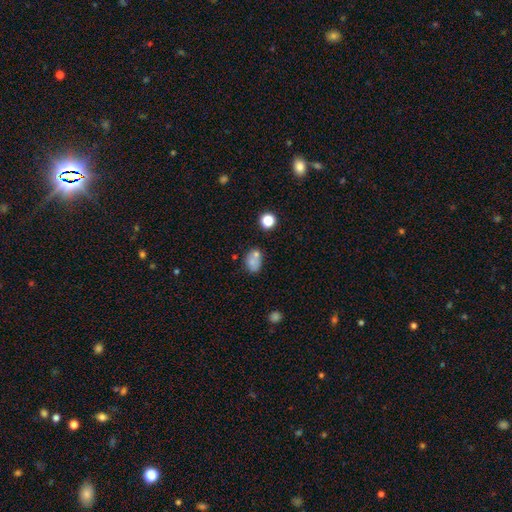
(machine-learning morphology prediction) Smooth or featured?
  - smooth: 66% *
  - star or artifact: 17%
  - featured or disk: 17%
How rounded?
  - in between: 57% *
  - round: 41%
  - cigar-shaped: 2%
Merging?
  - none: 51% *
  - merger: 25%
  - minor disturbance: 16%
  - major disturbance: 7%